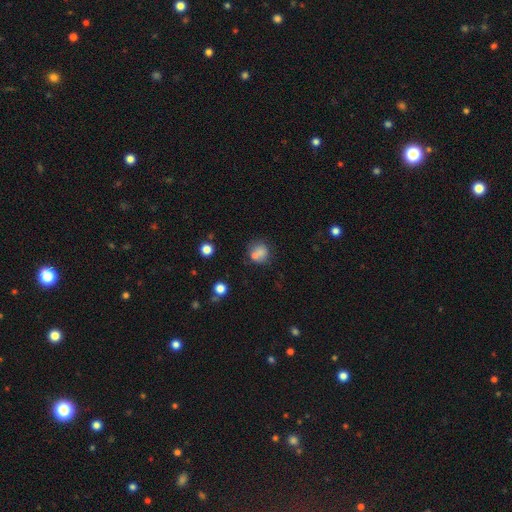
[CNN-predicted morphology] Smooth or featured?
  - smooth: 73% *
  - featured or disk: 14%
  - star or artifact: 13%
How rounded?
  - round: 81% *
  - in between: 18%
  - cigar-shaped: 1%
Merging?
  - none: 54% *
  - merger: 27%
  - minor disturbance: 14%
  - major disturbance: 6%